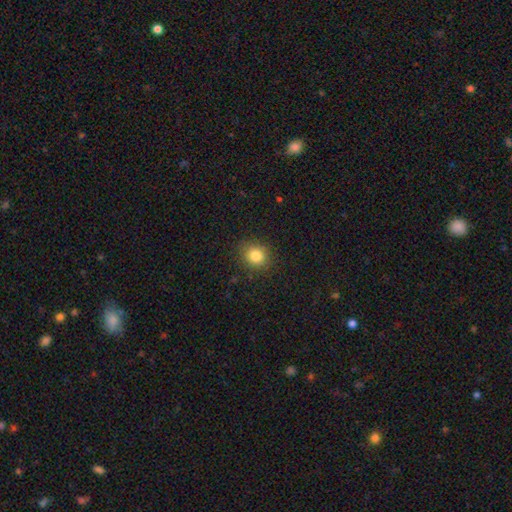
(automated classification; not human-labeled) Overall: smooth (83%). How rounded: round (74%). Merging: none (87%).